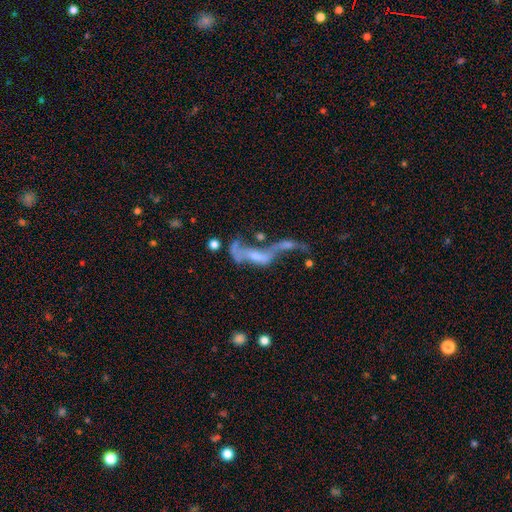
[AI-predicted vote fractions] A featured or disk galaxy (60%) with no bar (73%), no spiral arms (68%) and no central bulge (45%). Merging: merger (55%).